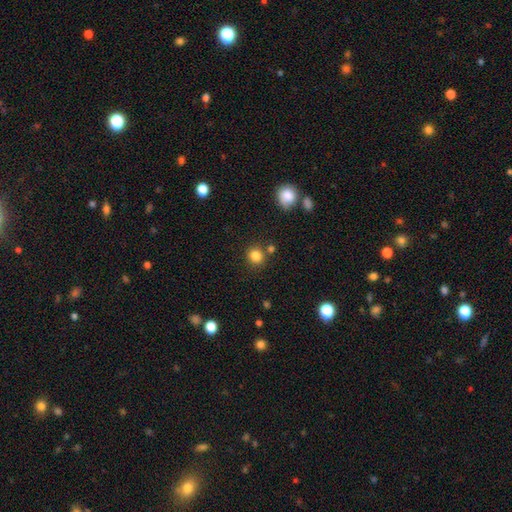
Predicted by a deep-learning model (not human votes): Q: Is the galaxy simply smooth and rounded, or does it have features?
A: smooth — 83%.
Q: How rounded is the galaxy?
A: round — 86%.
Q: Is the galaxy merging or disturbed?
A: none — 79%.